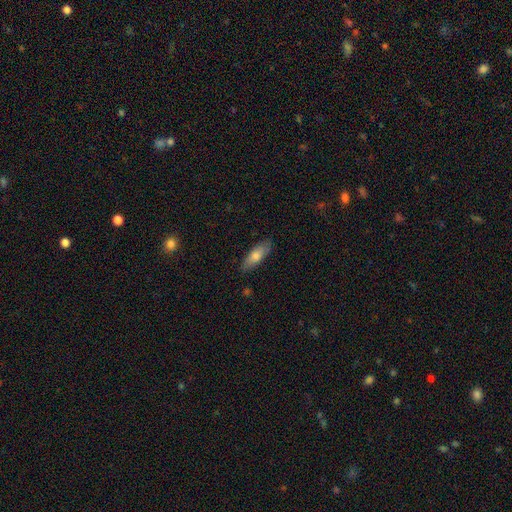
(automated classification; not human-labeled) smooth-or-featured: smooth: 73% | featured or disk: 21% | star or artifact: 6%
  how-rounded: in between: 61% | cigar-shaped: 37% | round: 2%
  merging: none: 83% | minor disturbance: 13% | major disturbance: 2% | merger: 1%